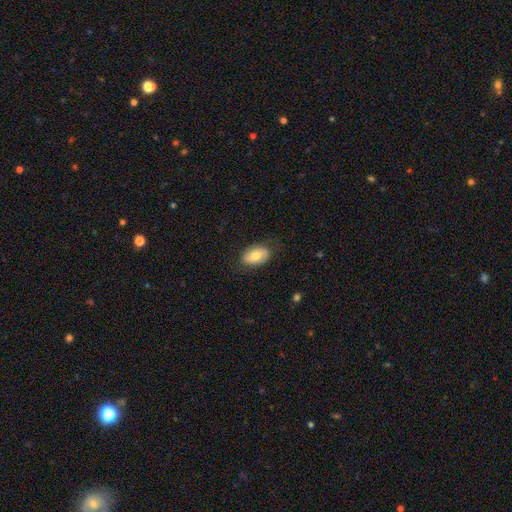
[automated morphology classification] type=smooth (71%); roundness=in between (91%); merging=none (76%).